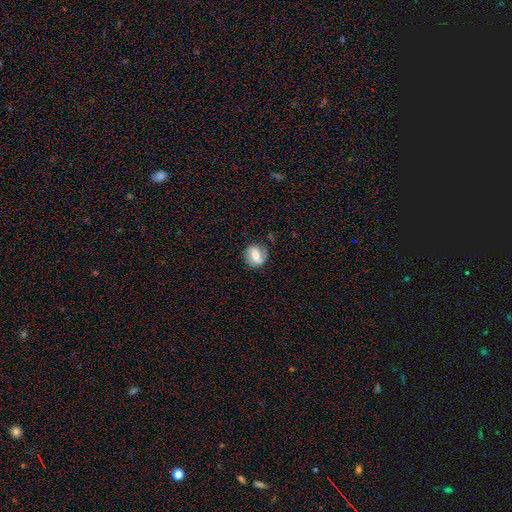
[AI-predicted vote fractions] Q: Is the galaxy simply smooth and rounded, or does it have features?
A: featured or disk — 50%.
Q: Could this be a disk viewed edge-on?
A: no — 96%.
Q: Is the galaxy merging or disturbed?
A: none — 68%.